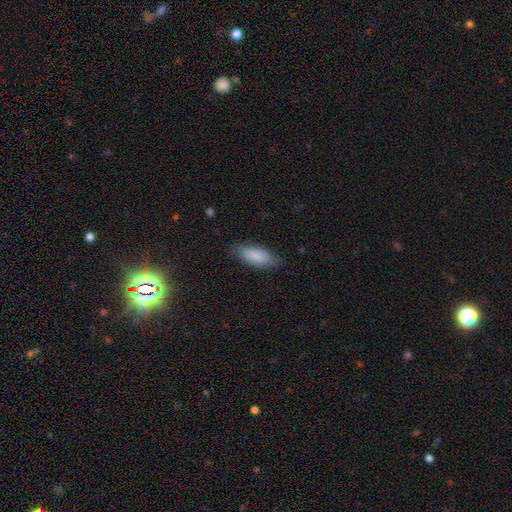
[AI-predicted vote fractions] smooth_or_featured: smooth (p=0.84) [alt: featured or disk p=0.09]
how_rounded: in between (p=0.74) [alt: cigar-shaped p=0.25]
merging: none (p=0.79) [alt: minor disturbance p=0.17]